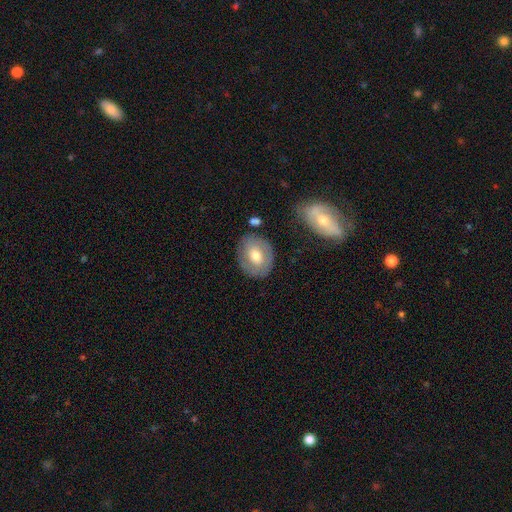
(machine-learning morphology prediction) This appears to be a smooth galaxy with no disk features (56%) that is in between round and cigar-shaped (51%). Merging: none (76%).